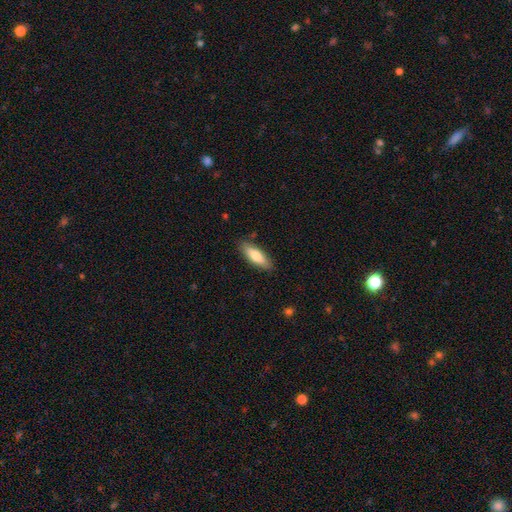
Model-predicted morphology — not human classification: Overall: smooth (76%). How rounded: in between (61%; cigar-shaped 37%). Merging: none (85%).